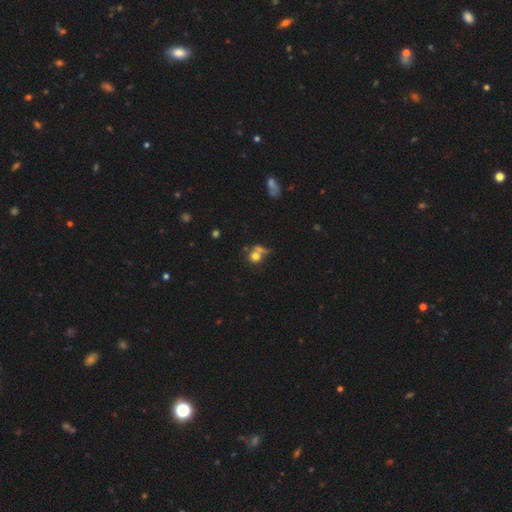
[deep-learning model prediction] Smooth or featured? Predicted: smooth (p=0.72). How rounded? Predicted: round (p=0.84). Merging? Predicted: none (p=0.46).